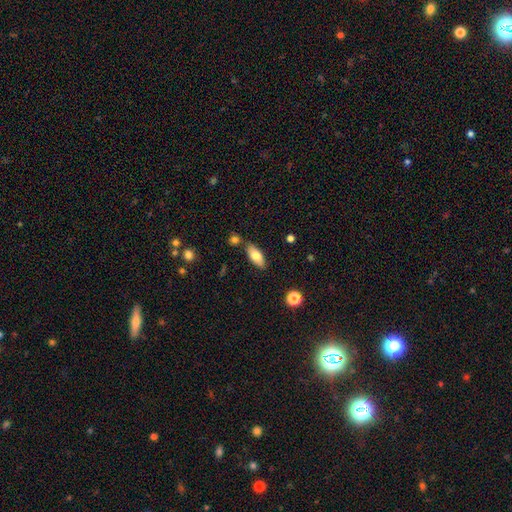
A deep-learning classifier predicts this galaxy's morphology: A smooth galaxy with no disk features (78%) that is in between round and cigar-shaped (82%).

Vote fractions:
- Smooth or featured? smooth: 78% / featured or disk: 15% / star or artifact: 7%
- How rounded? in between: 82% / cigar-shaped: 15% / round: 2%
- Merging? none: 77% / minor disturbance: 13% / merger: 7% / major disturbance: 3%